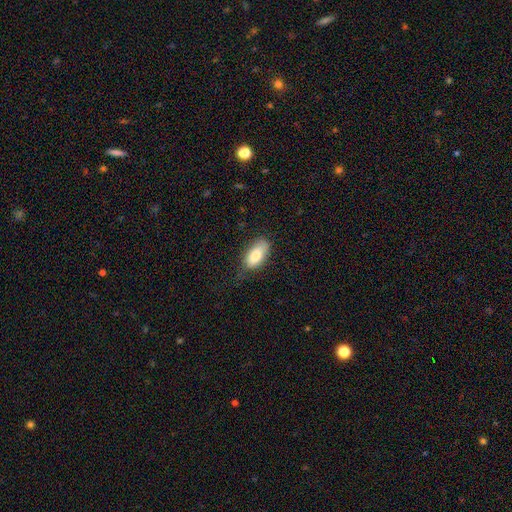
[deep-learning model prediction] smooth 83%, featured or disk 10%, star or artifact 7%. Down the decision tree: how rounded — in between (92%); merging — none (64%).